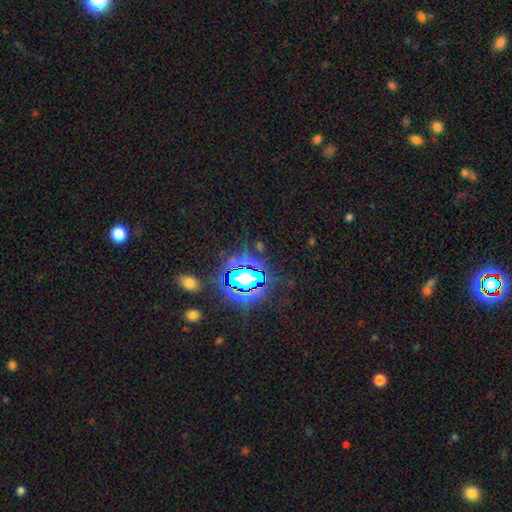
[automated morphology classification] Q: Smooth or featured?
A: star or artifact (84%); runner-up: smooth (10%)